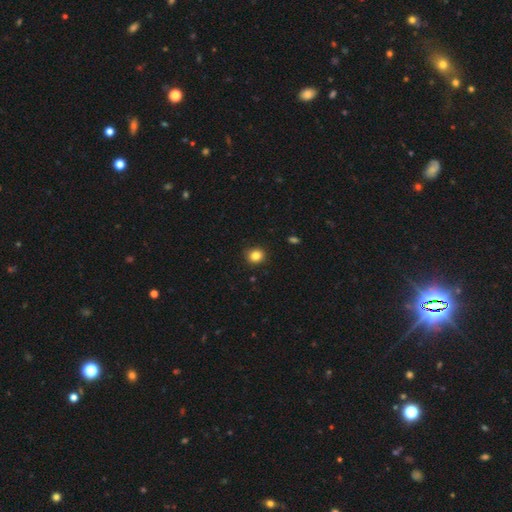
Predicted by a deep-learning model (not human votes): smooth_or_featured: smooth (p=0.84) [alt: star or artifact p=0.11]
how_rounded: round (p=0.83) [alt: in between p=0.16]
merging: none (p=0.90) [alt: minor disturbance p=0.07]